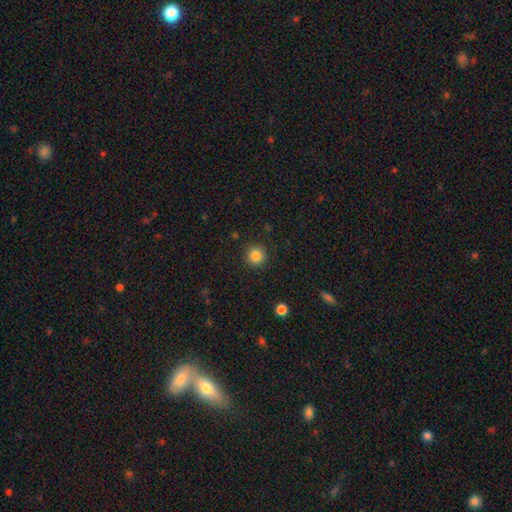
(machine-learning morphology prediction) A smooth galaxy with no disk features (85%) that is round (94%). Merging: none (91%).